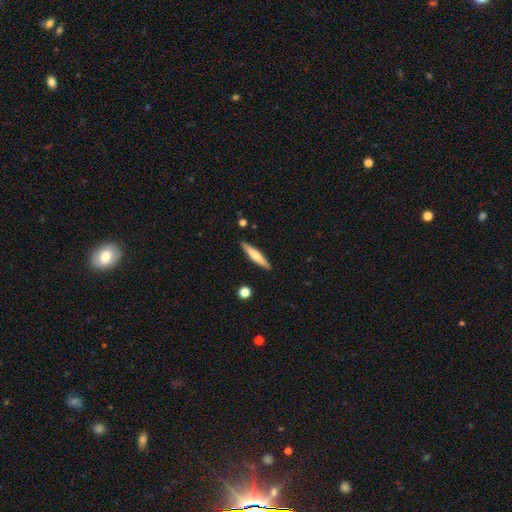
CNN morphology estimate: A smooth galaxy with no disk features (51%) that is cigar-shaped (89%). Merging: none (90%).